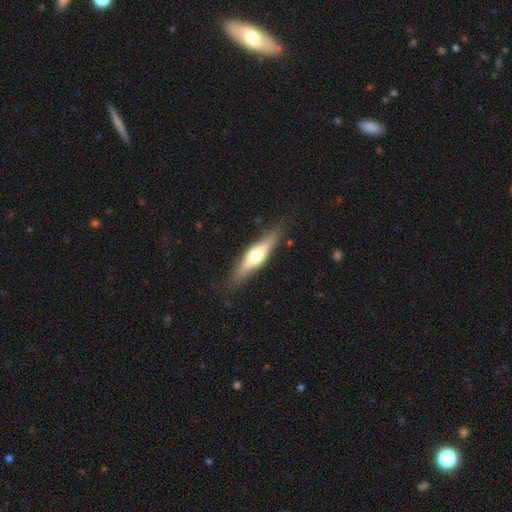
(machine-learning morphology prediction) Smooth or featured: featured or disk — 57% (smooth — 37%)
Edge-on disk: yes — 93% (no — 7%)
Edge-on bulge: rounded — 90% (boxy — 7%)
Merging: none — 84% (minor disturbance — 12%)